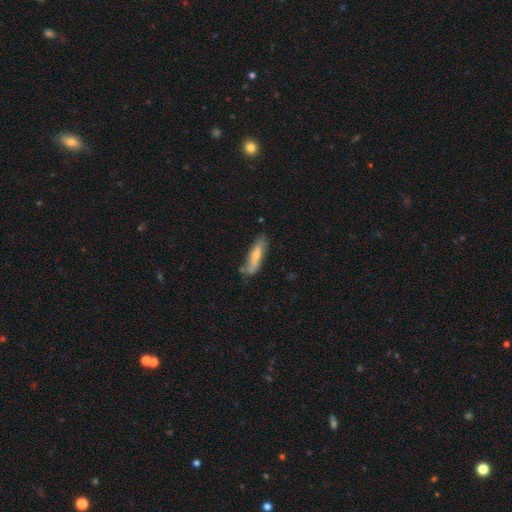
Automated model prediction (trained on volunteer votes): smooth 60%, featured or disk 34%, star or artifact 6%. Down the decision tree: how rounded — cigar-shaped (69%); merging — none (67%).